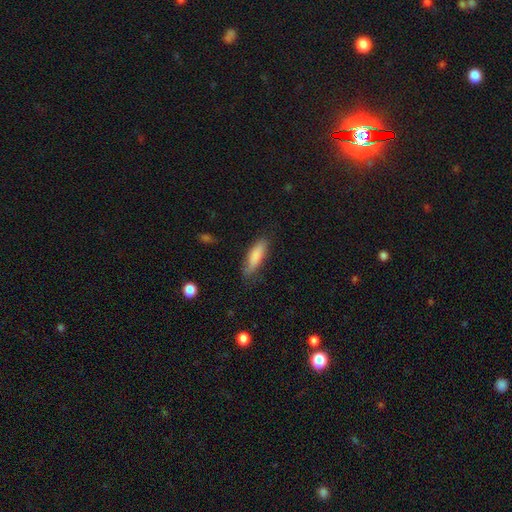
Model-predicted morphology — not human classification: A smooth galaxy with no disk features (82%) that is in between round and cigar-shaped (49%, tied with cigar-shaped). Merging: none (70%).